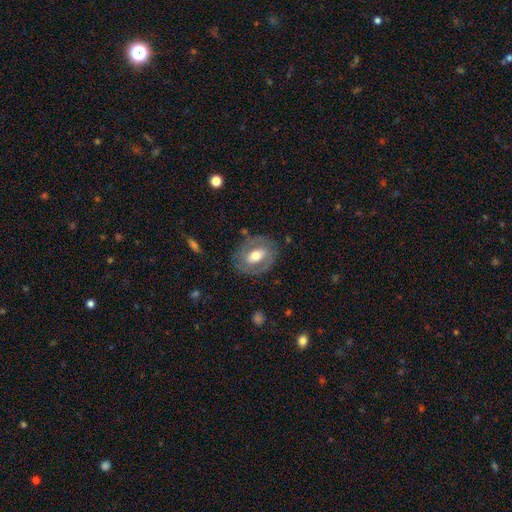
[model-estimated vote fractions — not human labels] A featured or disk galaxy (55%) with no bar (39%), no spiral arms (59%) and a moderate central bulge (68%). Merging: none (77%).